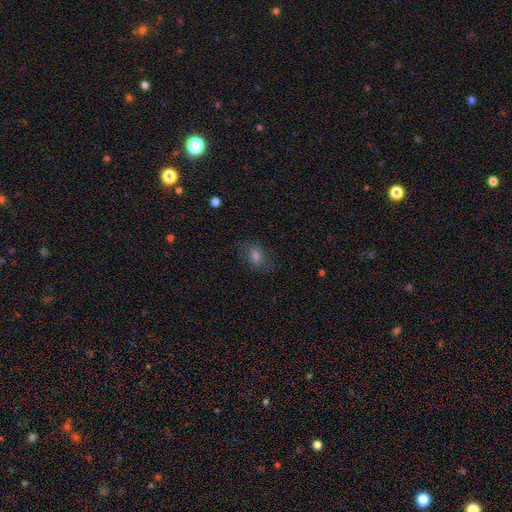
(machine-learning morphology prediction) The model was most divided on "how rounded": in between: 61%, round: 37%, cigar-shaped: 2%. More confident: merging — none (74%); smooth or featured — smooth (64%).